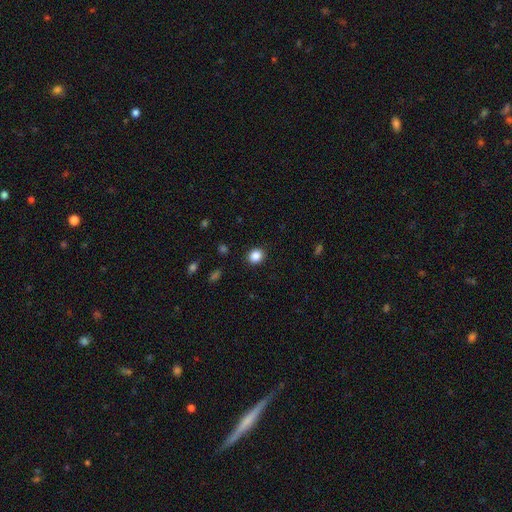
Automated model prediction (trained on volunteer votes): Q: Smooth or featured?
A: smooth (86%); runner-up: star or artifact (10%)
Q: How rounded?
A: round (75%); runner-up: in between (25%)
Q: Merging?
A: none (91%); runner-up: minor disturbance (6%)